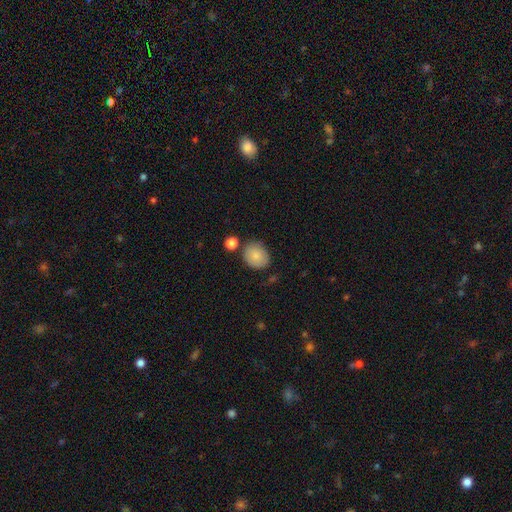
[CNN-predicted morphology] Smooth or featured?
  - smooth: 85% *
  - featured or disk: 8%
  - star or artifact: 8%
How rounded?
  - round: 55% *
  - in between: 45%
  - cigar-shaped: 1%
Merging?
  - none: 75% *
  - minor disturbance: 14%
  - merger: 8%
  - major disturbance: 3%